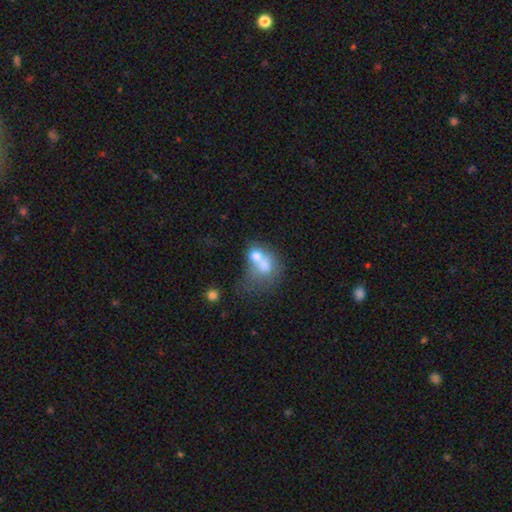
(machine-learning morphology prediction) A smooth galaxy with no disk features (62%) that is in between round and cigar-shaped (53%). Merging: merger (64%).